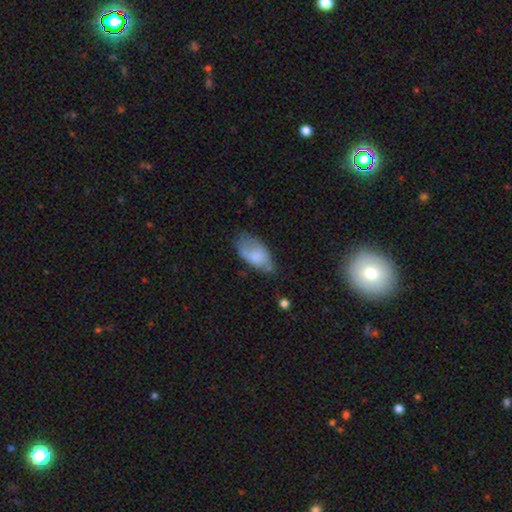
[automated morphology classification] type=smooth (73%); roundness=in between (94%); merging=none (48%).